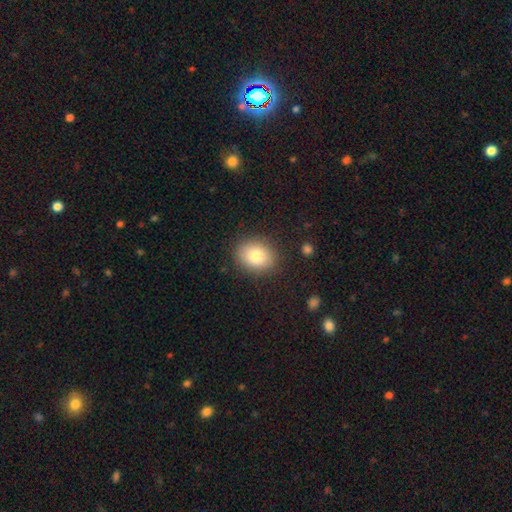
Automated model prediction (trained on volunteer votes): Smooth or featured?
  - smooth: 80% *
  - featured or disk: 10%
  - star or artifact: 10%
How rounded?
  - round: 59% *
  - in between: 40%
  - cigar-shaped: 1%
Merging?
  - none: 87% *
  - minor disturbance: 9%
  - major disturbance: 3%
  - merger: 1%